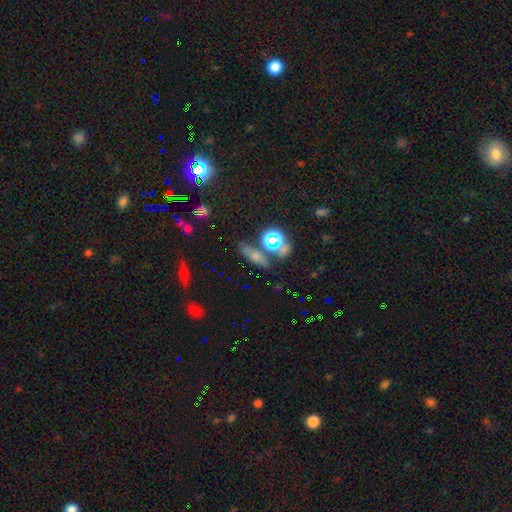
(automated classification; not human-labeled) Smooth or featured? star or artifact (51%)